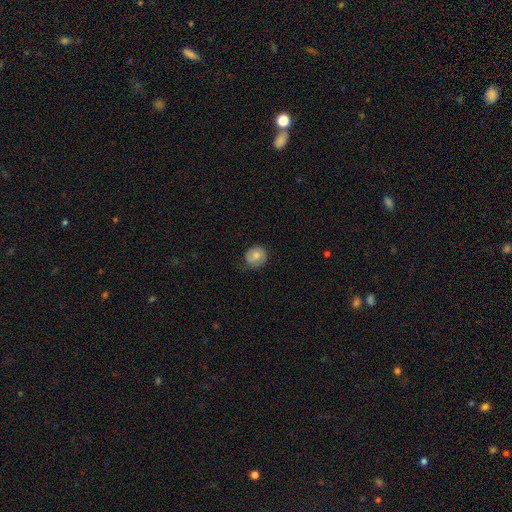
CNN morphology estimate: Overall: smooth (74%). How rounded: round (81%). Merging: none (69%).